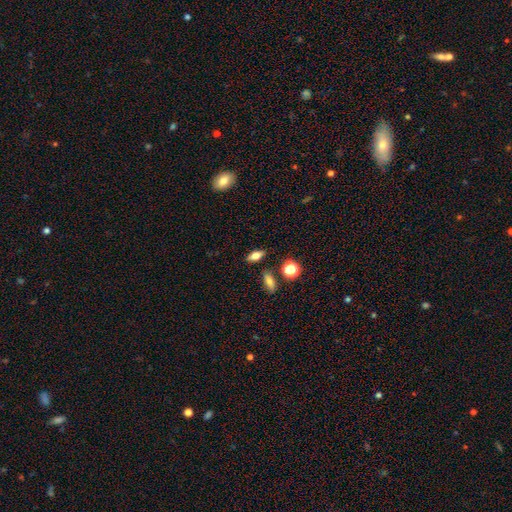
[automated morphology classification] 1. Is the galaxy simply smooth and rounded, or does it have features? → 63% smooth, 26% featured or disk, 12% star or artifact.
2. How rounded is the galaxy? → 72% in between, 19% cigar-shaped, 9% round.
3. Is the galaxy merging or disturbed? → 82% none, 10% minor disturbance, 4% merger, 3% major disturbance.